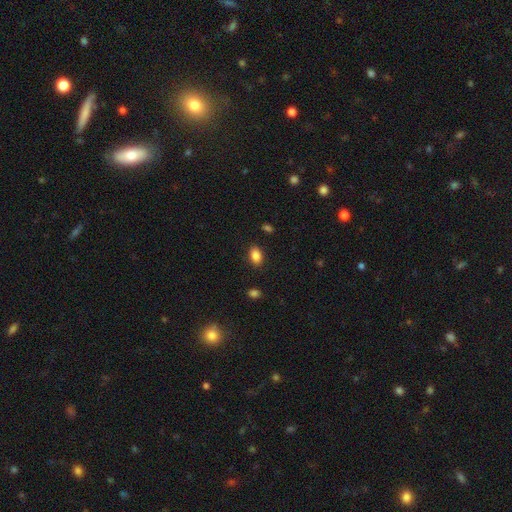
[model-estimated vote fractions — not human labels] A smooth galaxy with no disk features (86%) that is in between round and cigar-shaped (86%). Merging: none (87%).